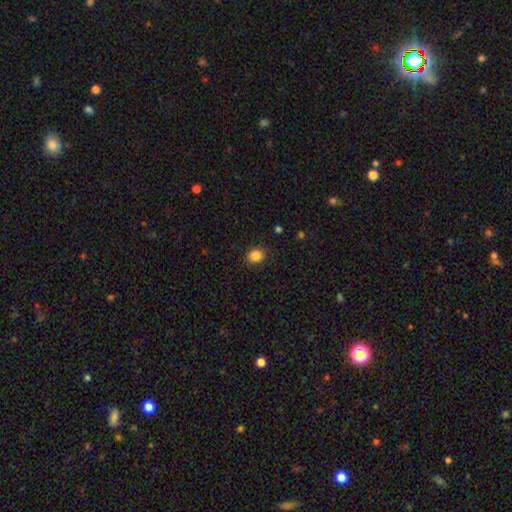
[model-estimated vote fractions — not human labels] Smooth or featured? Predicted: smooth (p=0.85). How rounded? Predicted: round (p=0.70). Merging? Predicted: none (p=0.89).